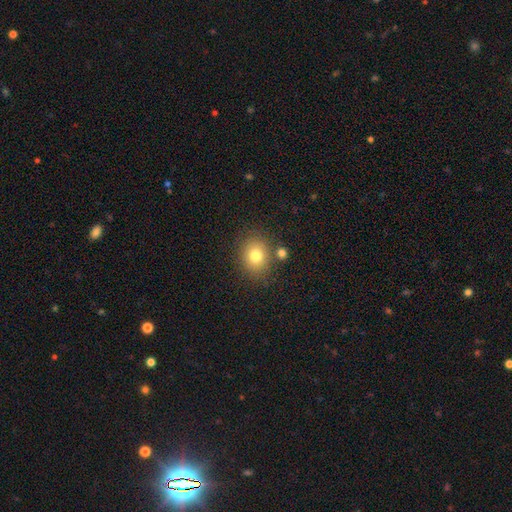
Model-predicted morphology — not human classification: smooth_or_featured: smooth (p=0.78) [alt: star or artifact p=0.12]
how_rounded: round (p=0.62) [alt: in between p=0.37]
merging: none (p=0.76) [alt: minor disturbance p=0.11]